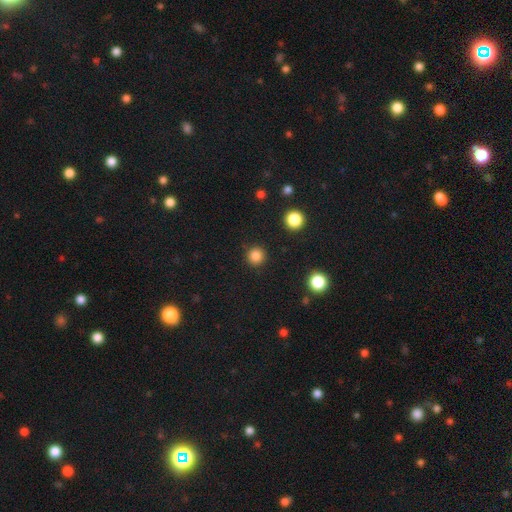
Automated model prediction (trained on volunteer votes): smooth-or-featured: smooth: 84% | star or artifact: 12% | featured or disk: 4%
  how-rounded: round: 95% | in between: 4% | cigar-shaped: 1%
  merging: none: 91% | minor disturbance: 5% | major disturbance: 2% | merger: 1%